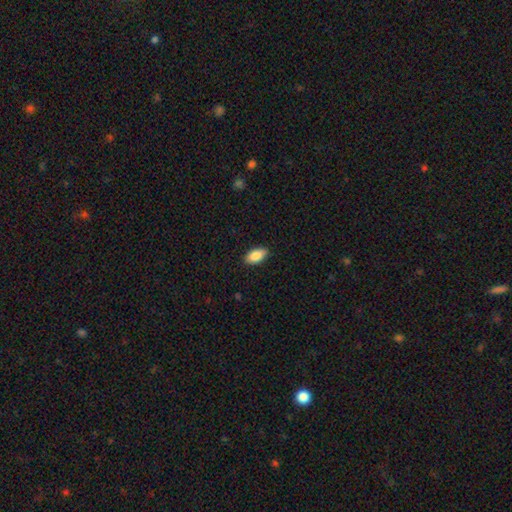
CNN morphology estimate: Overall: smooth (86%). How rounded: in between (93%). Merging: none (89%).